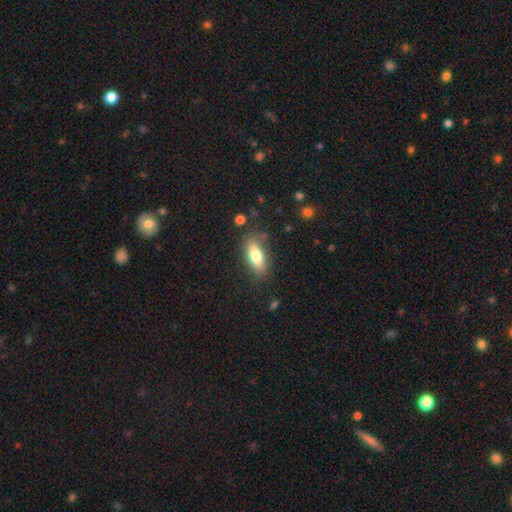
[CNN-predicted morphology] Smooth or featured? smooth (73%)
How rounded? in between (71%)
Merging? none (81%)